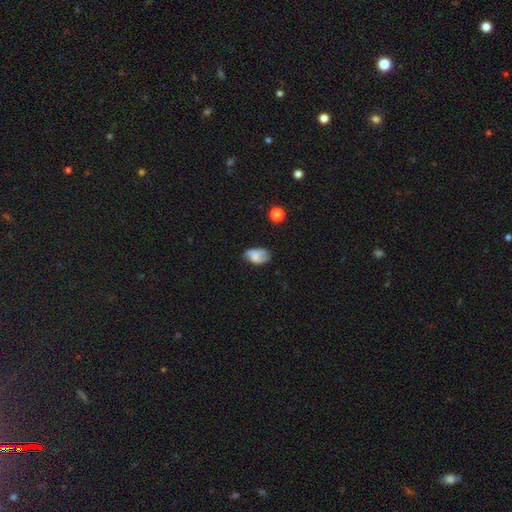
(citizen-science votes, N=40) Morphology: type=smooth (75%); roundness=in between (87%); merging=none (54%).